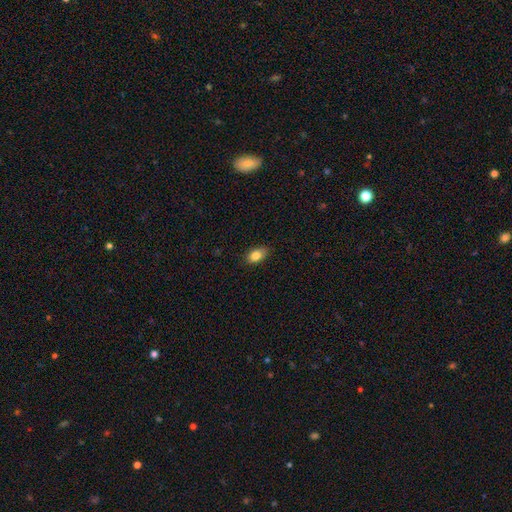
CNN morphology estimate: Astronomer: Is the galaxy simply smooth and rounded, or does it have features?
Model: smooth — 83%.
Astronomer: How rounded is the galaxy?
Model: in between — 86%.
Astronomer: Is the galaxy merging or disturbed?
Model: none — 84%.